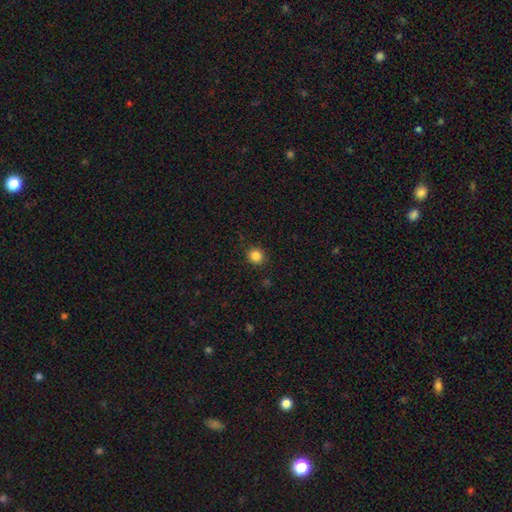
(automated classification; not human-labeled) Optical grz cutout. It shows a smooth galaxy with no disk features (85%) that is round (89%). Merging: none (89%).